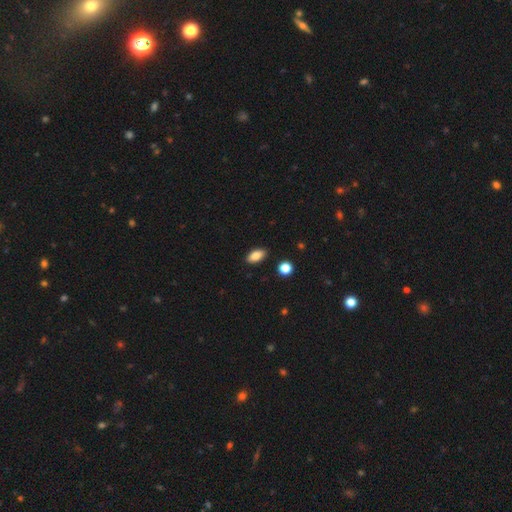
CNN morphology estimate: A smooth galaxy with no disk features (84%) that is in between round and cigar-shaped (90%). Merging: none (89%).